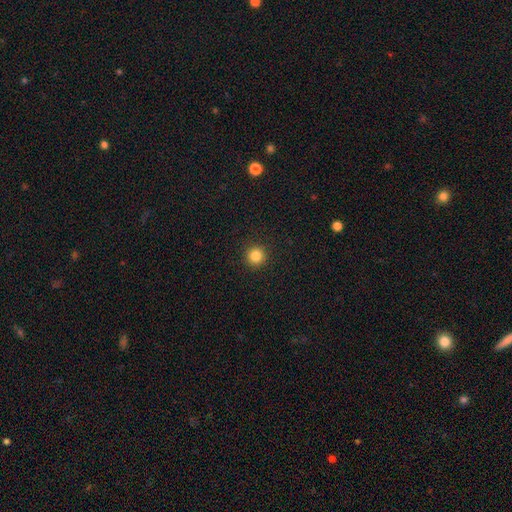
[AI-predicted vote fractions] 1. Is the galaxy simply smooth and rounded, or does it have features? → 84% smooth, 12% star or artifact, 4% featured or disk.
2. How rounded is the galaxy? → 96% round, 3% in between, 1% cigar-shaped.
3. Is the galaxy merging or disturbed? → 93% none, 5% minor disturbance, 2% major disturbance, 1% merger.